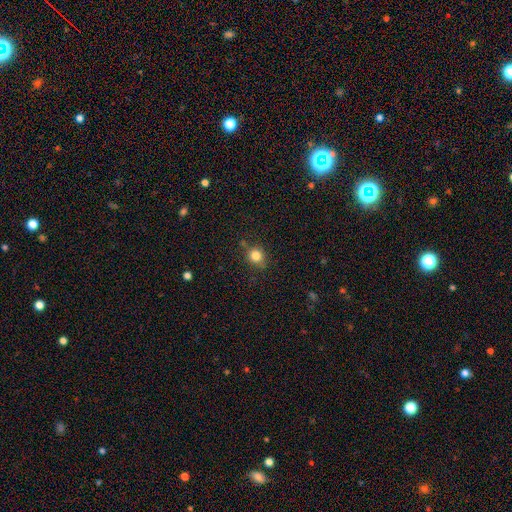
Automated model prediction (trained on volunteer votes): Morphology: type=smooth (81%); roundness=round (80%); merging=none (77%).